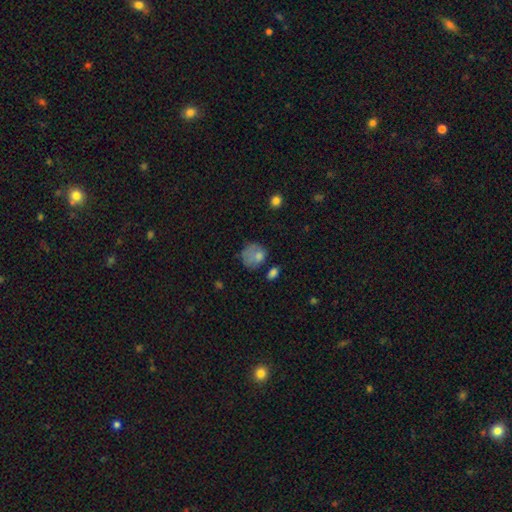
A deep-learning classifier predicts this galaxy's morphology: The model was most divided on "merging": none: 43%, minor disturbance: 29%, major disturbance: 20%, merger: 9%. More confident: smooth or featured — smooth (74%); how rounded — round (67%).